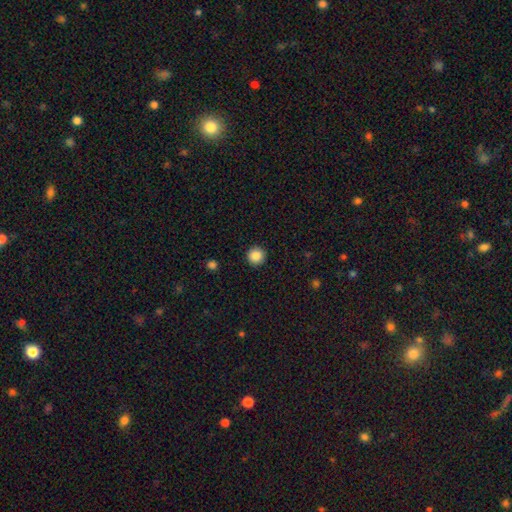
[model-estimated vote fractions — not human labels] The model was most divided on "smooth or featured": smooth: 87%, star or artifact: 10%, featured or disk: 4%. More confident: how rounded — round (96%); merging — none (93%).